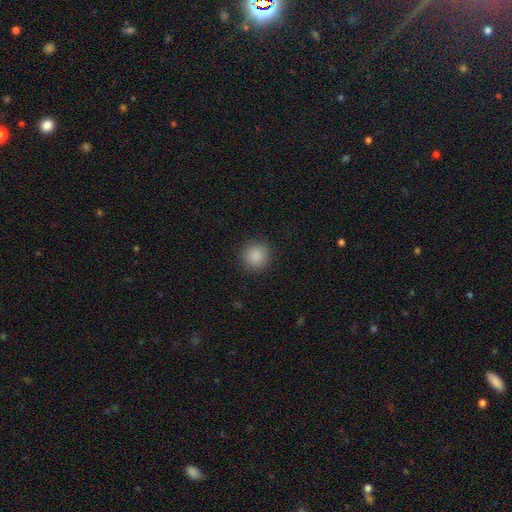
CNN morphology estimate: Smooth or featured? Predicted: smooth (p=0.87). How rounded? Predicted: round (p=0.92). Merging? Predicted: none (p=0.91).